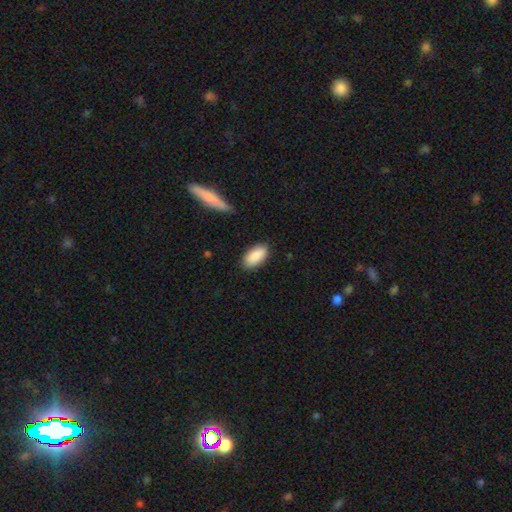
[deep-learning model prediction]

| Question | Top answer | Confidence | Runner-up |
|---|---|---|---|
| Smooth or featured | smooth | 88% | star or artifact (6%) |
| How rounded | in between | 92% | cigar-shaped (6%) |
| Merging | none | 85% | minor disturbance (11%) |